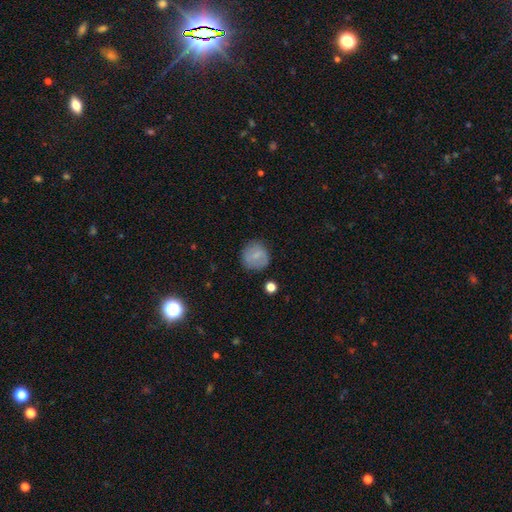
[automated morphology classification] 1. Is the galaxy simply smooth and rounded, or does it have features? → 74% smooth, 17% featured or disk, 9% star or artifact.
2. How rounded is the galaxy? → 88% round, 11% in between, 1% cigar-shaped.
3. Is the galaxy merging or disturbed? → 79% none, 15% minor disturbance, 5% major disturbance, 2% merger.